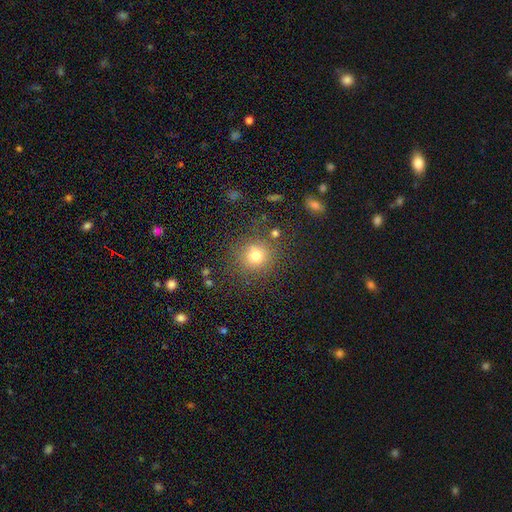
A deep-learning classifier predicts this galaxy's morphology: smooth 75%, star or artifact 16%, featured or disk 8%. Down the decision tree: how rounded — round (91%); merging — none (81%).